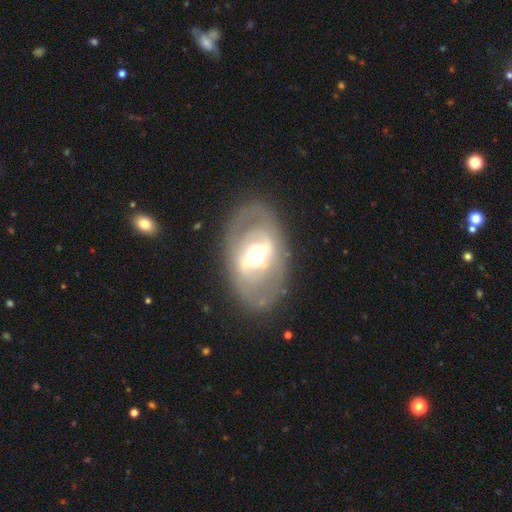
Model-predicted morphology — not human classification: Q: Smooth or featured?
A: featured or disk (70%); runner-up: smooth (23%)
Q: Edge-on disk?
A: no (89%); runner-up: yes (11%)
Q: Bar?
A: strong (54%); runner-up: weak (29%)
Q: Spiral arms?
A: no (69%); runner-up: yes (31%)
Q: Bulge size?
A: moderate (58%); runner-up: large (30%)
Q: Merging?
A: none (79%); runner-up: minor disturbance (12%)